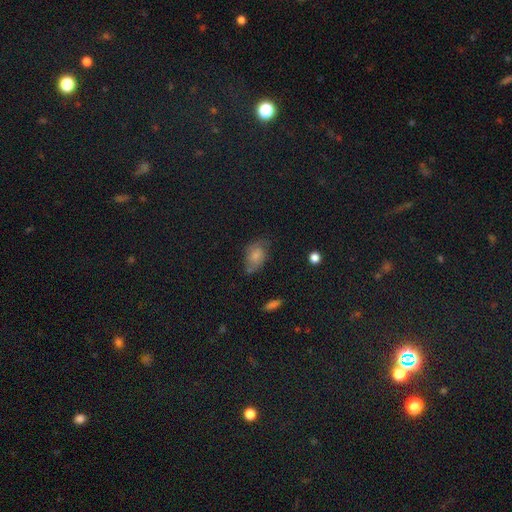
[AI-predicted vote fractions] A smooth galaxy with no disk features (57%) that is in between round and cigar-shaped (81%).

Vote fractions:
- Smooth or featured? smooth: 57% / featured or disk: 31% / star or artifact: 12%
- How rounded? in between: 81% / round: 16% / cigar-shaped: 2%
- Merging? none: 52% / minor disturbance: 30% / major disturbance: 14% / merger: 4%